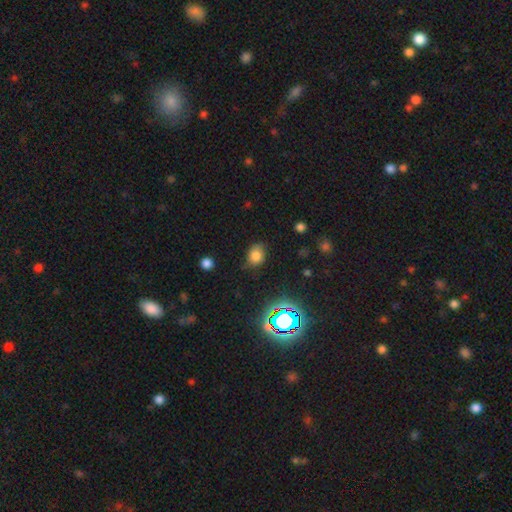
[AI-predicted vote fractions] Smooth or featured?
  - smooth: 74% *
  - star or artifact: 17%
  - featured or disk: 8%
How rounded?
  - in between: 52% *
  - round: 47%
  - cigar-shaped: 1%
Merging?
  - none: 70% *
  - minor disturbance: 23%
  - major disturbance: 5%
  - merger: 2%